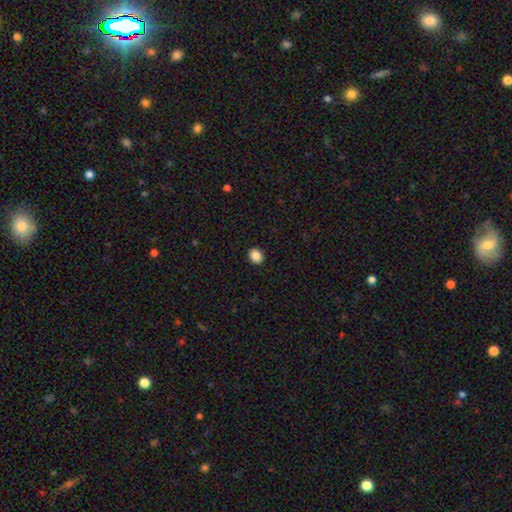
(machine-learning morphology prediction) This appears to be a smooth galaxy with no disk features (87%) that is round (56%). Merging: none (92%).